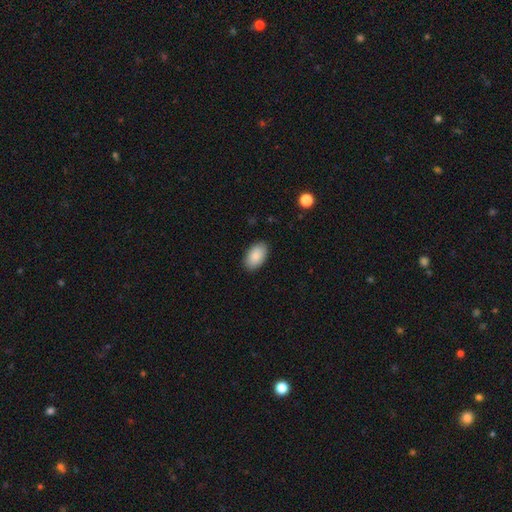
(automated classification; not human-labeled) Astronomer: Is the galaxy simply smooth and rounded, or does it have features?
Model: smooth — 88%.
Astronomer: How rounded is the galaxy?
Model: in between — 94%.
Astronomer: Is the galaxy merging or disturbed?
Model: none — 88%.